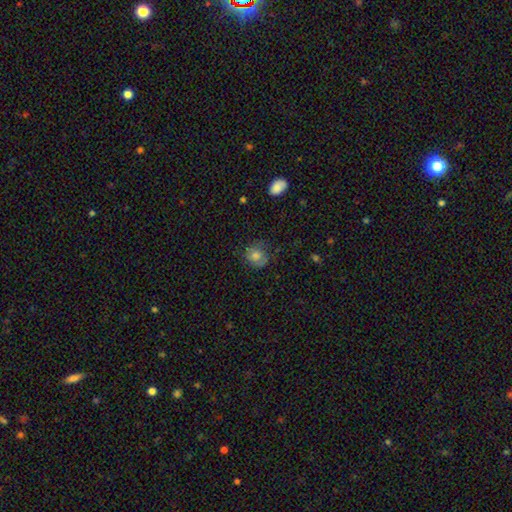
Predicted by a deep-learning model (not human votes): A smooth galaxy with no disk features (69%) that is round (74%).

Vote fractions:
- Smooth or featured? smooth: 69% / featured or disk: 20% / star or artifact: 11%
- How rounded? round: 74% / in between: 25% / cigar-shaped: 1%
- Merging? none: 63% / minor disturbance: 24% / major disturbance: 11% / merger: 1%